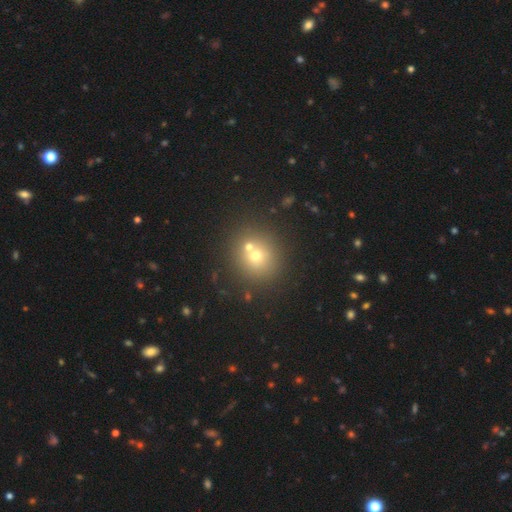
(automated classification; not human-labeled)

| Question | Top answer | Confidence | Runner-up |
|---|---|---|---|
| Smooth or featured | smooth | 60% | star or artifact (22%) |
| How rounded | round | 88% | in between (11%) |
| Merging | none | 59% | merger (31%) |